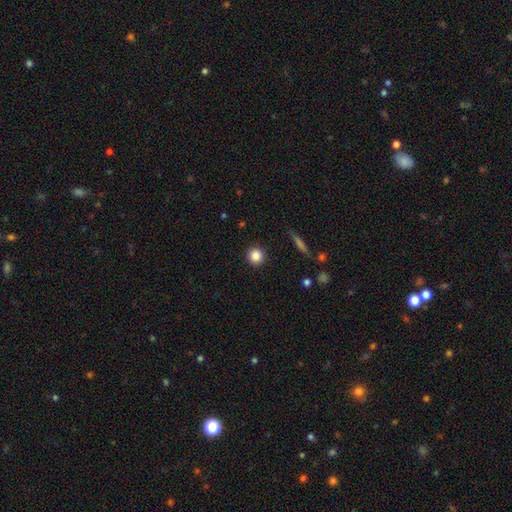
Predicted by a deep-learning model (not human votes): A smooth galaxy with no disk features (85%) that is round (94%).

Vote fractions:
- Smooth or featured? smooth: 85% / star or artifact: 10% / featured or disk: 5%
- How rounded? round: 94% / in between: 5% / cigar-shaped: 1%
- Merging? none: 91% / minor disturbance: 5% / major disturbance: 2% / merger: 1%